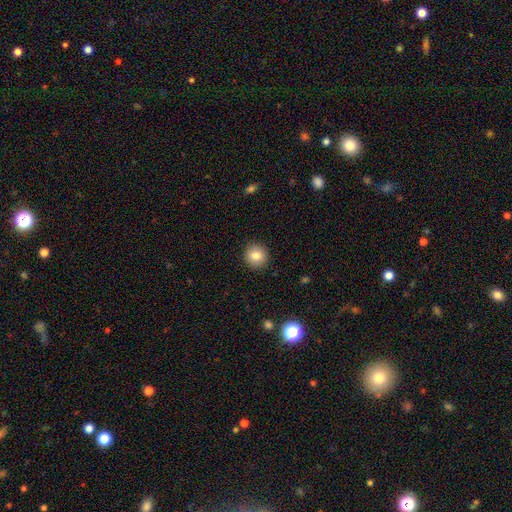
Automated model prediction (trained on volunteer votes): Smooth or featured?
  - smooth: 83% *
  - star or artifact: 9%
  - featured or disk: 7%
How rounded?
  - round: 90% *
  - in between: 9%
  - cigar-shaped: 1%
Merging?
  - none: 91% *
  - minor disturbance: 6%
  - major disturbance: 2%
  - merger: 1%